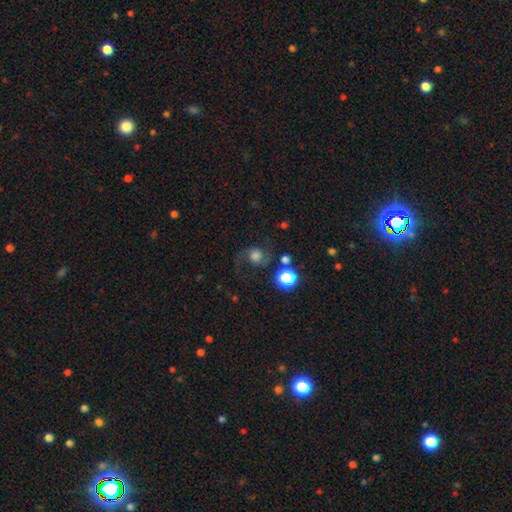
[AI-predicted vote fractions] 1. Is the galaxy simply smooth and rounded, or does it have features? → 63% featured or disk, 24% smooth, 13% star or artifact.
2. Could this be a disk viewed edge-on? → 97% no, 3% yes.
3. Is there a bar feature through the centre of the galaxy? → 70% no, 25% weak, 5% strong.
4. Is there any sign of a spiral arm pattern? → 94% yes, 6% no.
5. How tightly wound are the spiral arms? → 57% loose, 36% medium, 7% tight.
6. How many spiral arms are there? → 88% 2, 7% 1, 2% can't tell, 1% 3, 1% 4, 1% more than 4.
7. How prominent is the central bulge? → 35% large, 27% moderate, 13% dominant, 13% small, 12% none.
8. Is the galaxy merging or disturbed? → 63% none, 17% minor disturbance, 16% major disturbance, 4% merger.